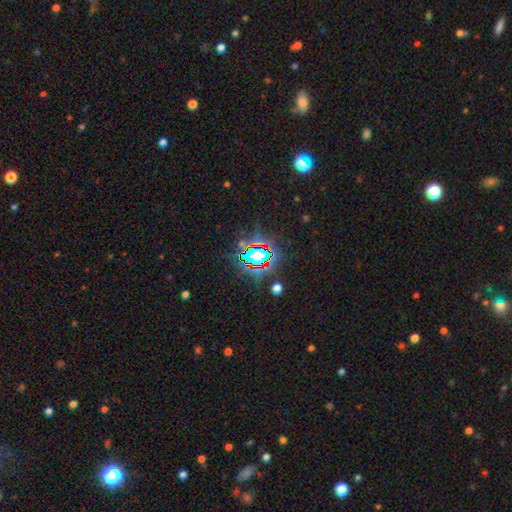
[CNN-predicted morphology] Smooth or featured?
  - star or artifact: 77% *
  - smooth: 13%
  - featured or disk: 9%